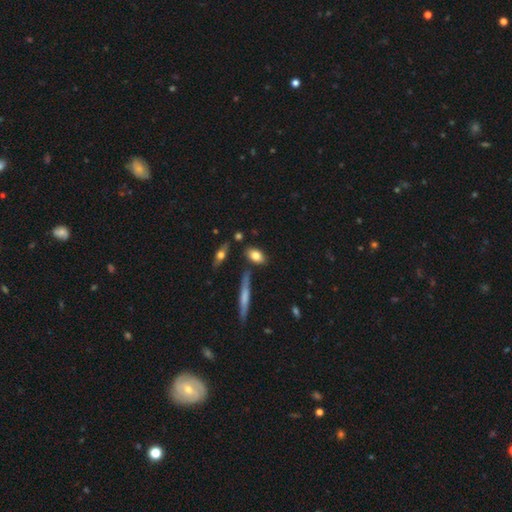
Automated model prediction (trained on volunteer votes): Smooth or featured: smooth — 78% (featured or disk — 16%)
How rounded: in between — 81% (cigar-shaped — 12%)
Merging: none — 77% (minor disturbance — 13%)